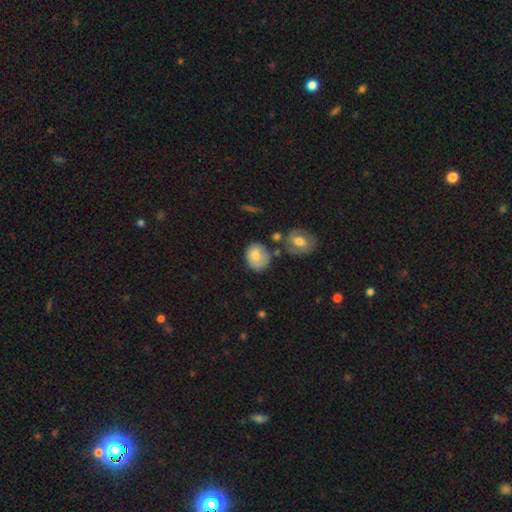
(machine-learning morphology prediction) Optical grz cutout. It shows a smooth galaxy with no disk features (74%) that is round (63%). Merging: none (58%).